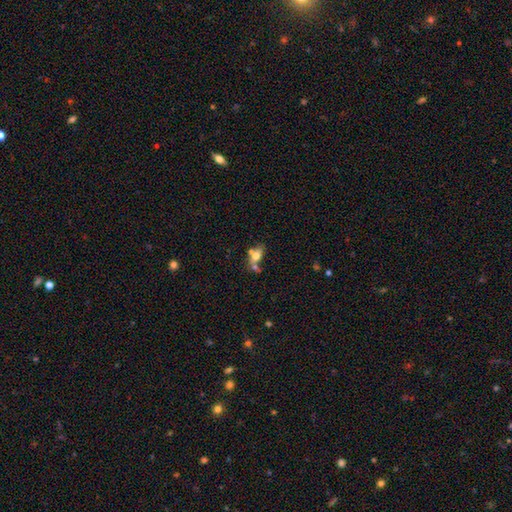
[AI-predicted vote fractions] smooth-or-featured: smooth: 62% | featured or disk: 26% | star or artifact: 11%
  how-rounded: in between: 74% | round: 18% | cigar-shaped: 8%
  merging: merger: 41% | none: 36% | minor disturbance: 14% | major disturbance: 9%